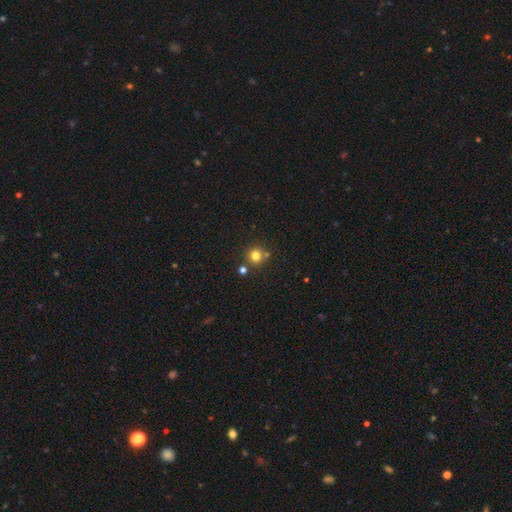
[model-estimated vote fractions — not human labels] The model was most divided on "merging": none: 76%, merger: 13%, minor disturbance: 8%, major disturbance: 3%. More confident: how rounded — round (93%); smooth or featured — smooth (78%).